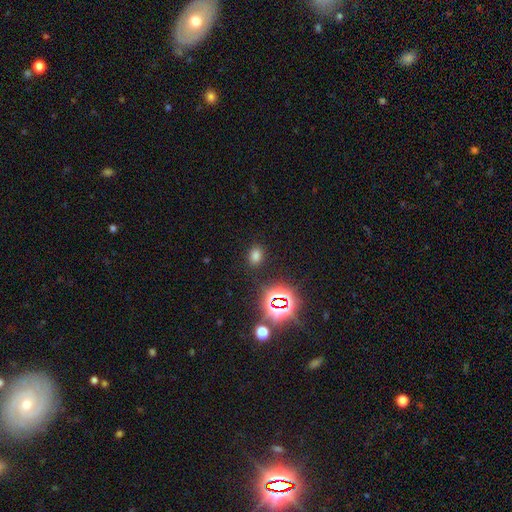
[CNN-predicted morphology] This appears to be a smooth galaxy with no disk features (68%) that is in between round and cigar-shaped (67%). Merging: none (85%).